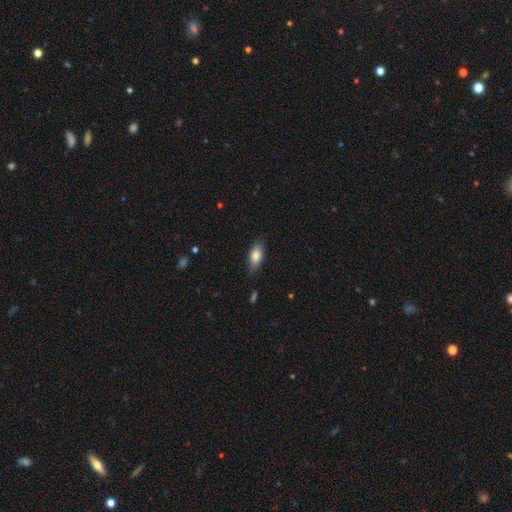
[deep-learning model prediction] A smooth galaxy with no disk features (78%) that is in between round and cigar-shaped (84%).

Vote fractions:
- Smooth or featured? smooth: 78% / featured or disk: 15% / star or artifact: 7%
- How rounded? in between: 84% / cigar-shaped: 11% / round: 5%
- Merging? none: 75% / minor disturbance: 20% / major disturbance: 4% / merger: 1%